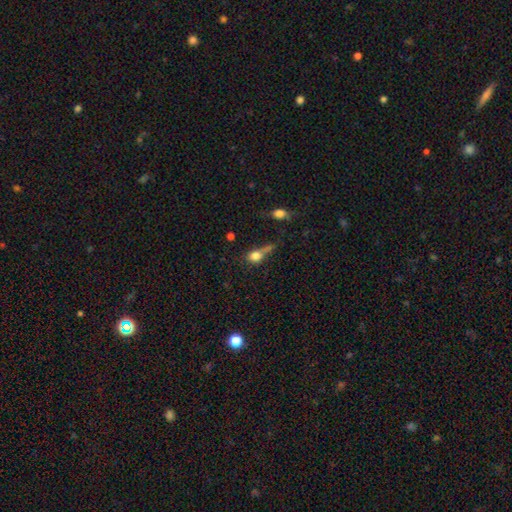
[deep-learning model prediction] Smooth or featured: smooth — 77% (star or artifact — 12%)
How rounded: round — 53% (in between — 41%)
Merging: none — 35% (merger — 30%)